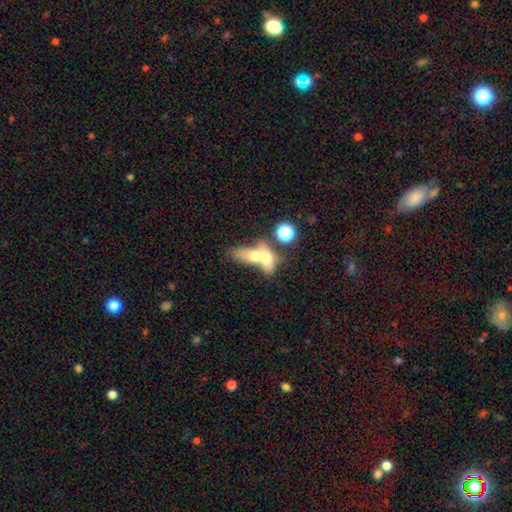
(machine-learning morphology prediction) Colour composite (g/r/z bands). It shows a smooth galaxy with no disk features (57%) that is in between round and cigar-shaped (62%). Merging: merger (69%).